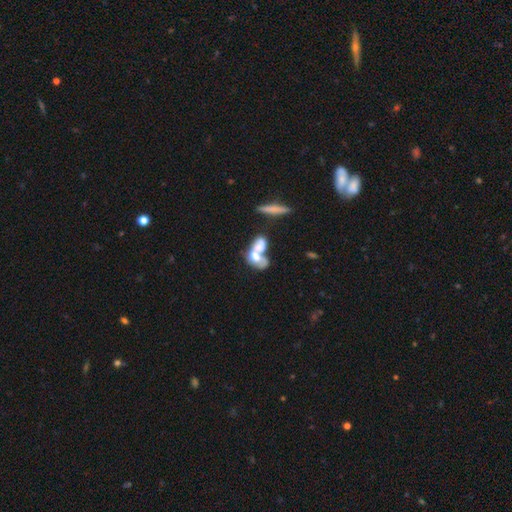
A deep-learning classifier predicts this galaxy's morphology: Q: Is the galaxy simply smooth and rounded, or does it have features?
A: smooth — 54%.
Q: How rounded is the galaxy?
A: in between — 79%.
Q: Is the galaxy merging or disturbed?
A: merger — 70%.